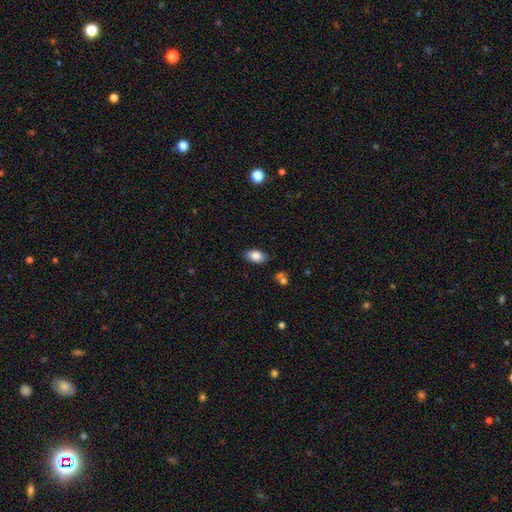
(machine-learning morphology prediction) Smooth or featured?
  - smooth: 83% *
  - featured or disk: 9%
  - star or artifact: 8%
How rounded?
  - in between: 91% *
  - round: 7%
  - cigar-shaped: 2%
Merging?
  - none: 85% *
  - minor disturbance: 11%
  - major disturbance: 2%
  - merger: 2%